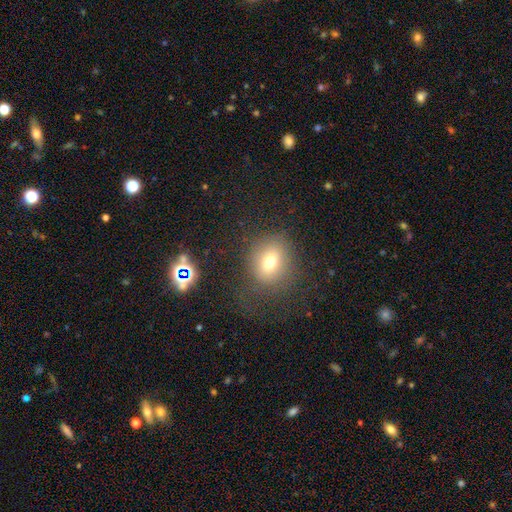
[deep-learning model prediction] A smooth galaxy with no disk features (61%) that is round (64%). Merging: none (75%).